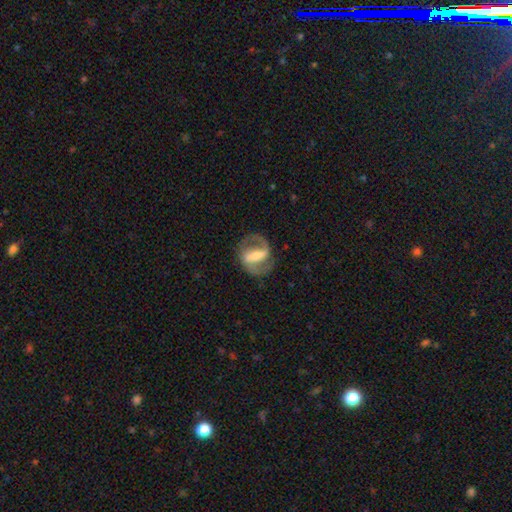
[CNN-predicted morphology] Smooth or featured? Predicted: featured or disk (p=0.81). Edge-on disk? Predicted: no (p=0.95). Bar? Predicted: strong (p=0.66). Spiral arms? Predicted: yes (p=0.86). Spiral winding? Predicted: medium (p=0.52). Spiral arm count? Predicted: 2 (p=0.87). Bulge size? Predicted: moderate (p=0.39). Merging? Predicted: none (p=0.76).